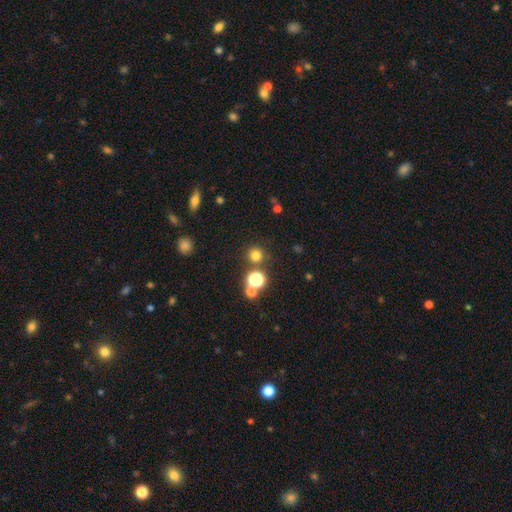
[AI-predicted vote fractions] Smooth or featured?
  - smooth: 74% *
  - star or artifact: 20%
  - featured or disk: 5%
How rounded?
  - round: 94% *
  - in between: 5%
  - cigar-shaped: 1%
Merging?
  - none: 82% *
  - merger: 8%
  - minor disturbance: 7%
  - major disturbance: 3%